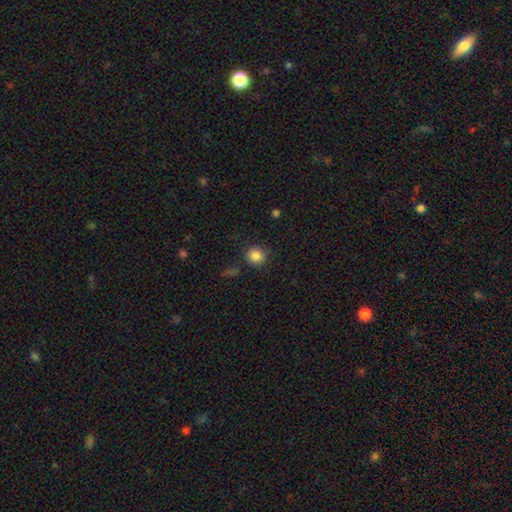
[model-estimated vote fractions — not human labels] A smooth galaxy with no disk features (85%) that is round (88%).

Vote fractions:
- Smooth or featured? smooth: 85% / star or artifact: 10% / featured or disk: 5%
- How rounded? round: 88% / in between: 11% / cigar-shaped: 1%
- Merging? none: 86% / minor disturbance: 8% / major disturbance: 3% / merger: 2%